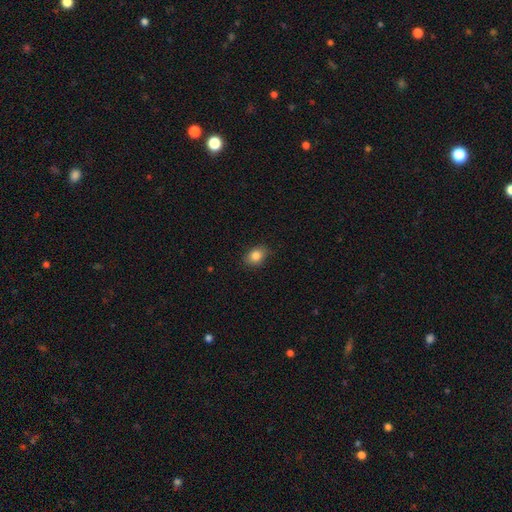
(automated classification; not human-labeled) smooth 85%, star or artifact 9%, featured or disk 6%. Down the decision tree: how rounded — in between (64%); merging — none (83%).